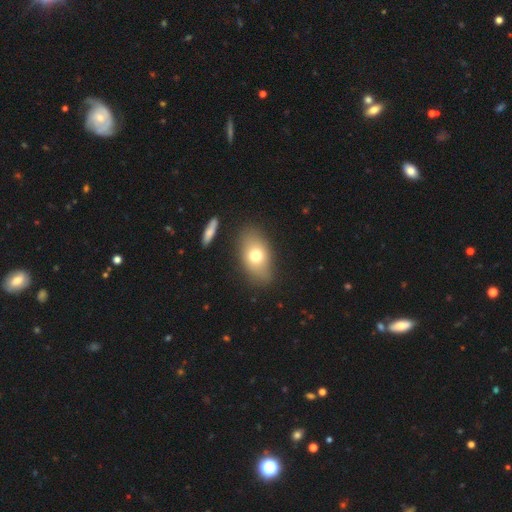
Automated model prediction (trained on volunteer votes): This appears to be a smooth galaxy with no disk features (71%) that is in between round and cigar-shaped (86%). Merging: none (81%).